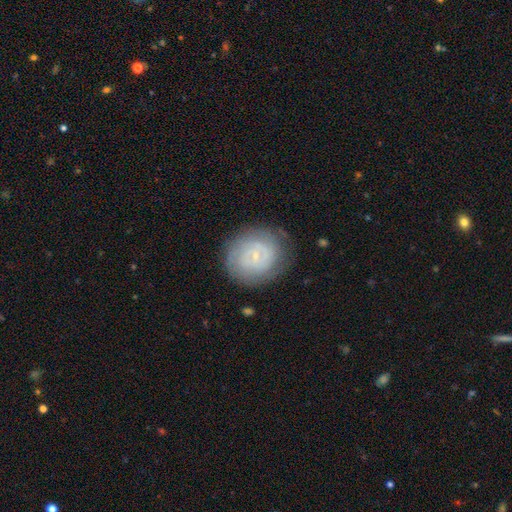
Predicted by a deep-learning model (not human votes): featured or disk 61%, smooth 32%, star or artifact 8%. Down the decision tree: edge-on disk — no (97%); bar — no (66%); spiral arms — yes (76%); bulge size — small (84%); merging — none (79%).